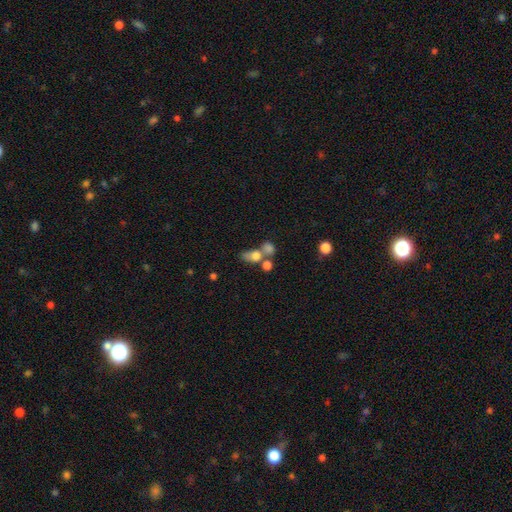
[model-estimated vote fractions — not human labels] Morphology: type=smooth (71%); roundness=in between (61%); merging=merger (54%).